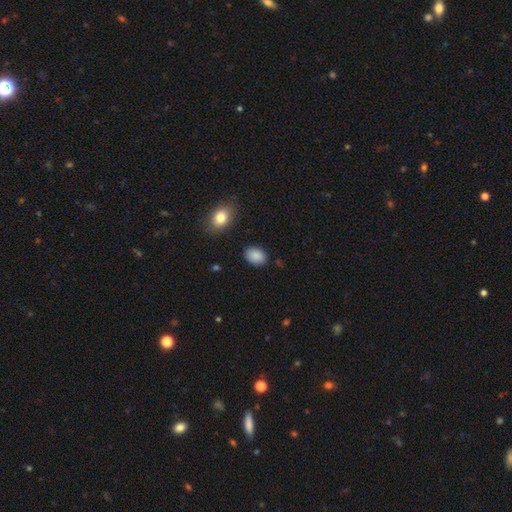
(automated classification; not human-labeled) Smooth or featured: smooth — 89% (star or artifact — 8%)
How rounded: in between — 78% (round — 21%)
Merging: none — 86% (minor disturbance — 10%)